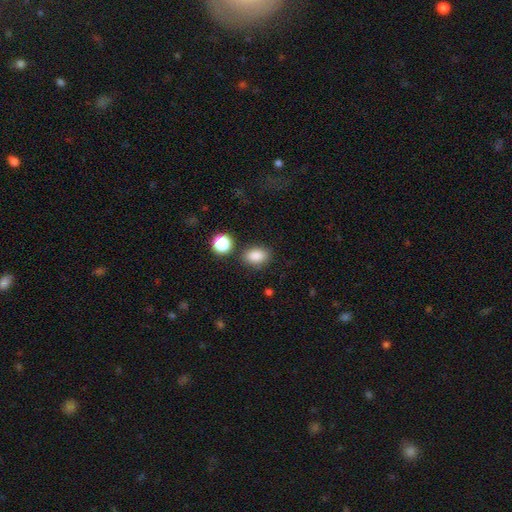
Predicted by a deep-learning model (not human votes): smooth-or-featured: smooth: 85% | star or artifact: 11% | featured or disk: 4%
  how-rounded: in between: 75% | round: 23% | cigar-shaped: 1%
  merging: none: 79% | minor disturbance: 12% | merger: 6% | major disturbance: 4%